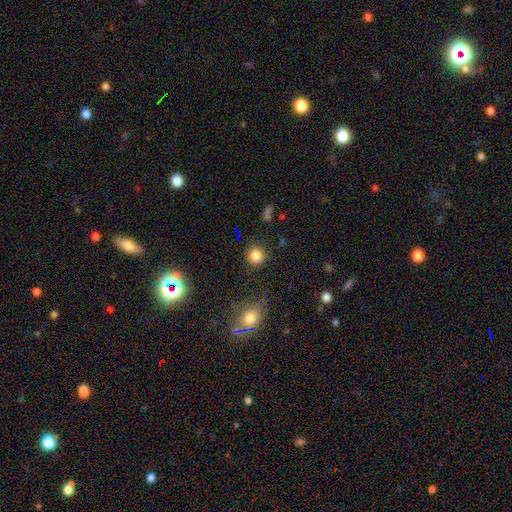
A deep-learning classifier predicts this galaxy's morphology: Smooth or featured? Predicted: smooth (p=0.83). How rounded? Predicted: round (p=0.93). Merging? Predicted: none (p=0.87).